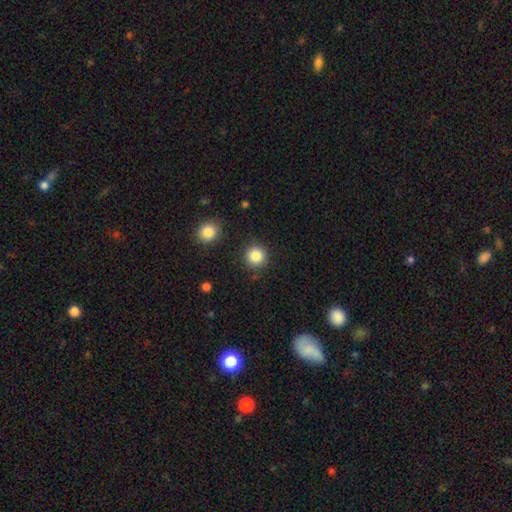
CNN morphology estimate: Smooth or featured? smooth (86%)
How rounded? round (94%)
Merging? none (89%)